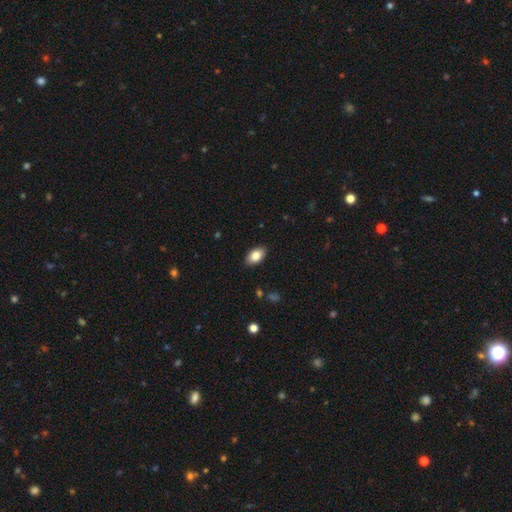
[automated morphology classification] Smooth or featured?
  - smooth: 83% *
  - featured or disk: 10%
  - star or artifact: 7%
How rounded?
  - in between: 92% *
  - round: 7%
  - cigar-shaped: 2%
Merging?
  - none: 88% *
  - minor disturbance: 9%
  - major disturbance: 2%
  - merger: 1%